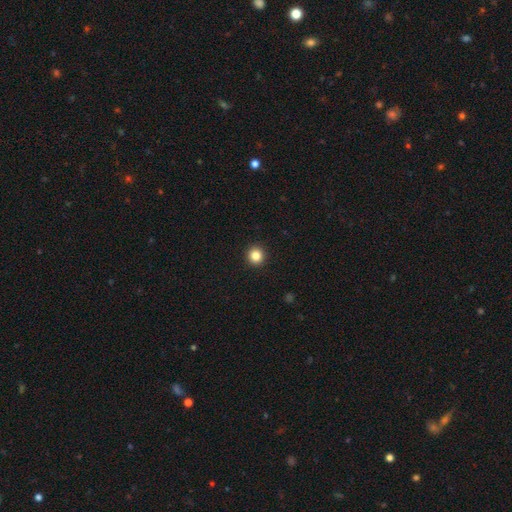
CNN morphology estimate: smooth-or-featured: smooth: 84% | star or artifact: 11% | featured or disk: 4%
  how-rounded: round: 95% | in between: 5% | cigar-shaped: 1%
  merging: none: 94% | minor disturbance: 4% | major disturbance: 1% | merger: 1%